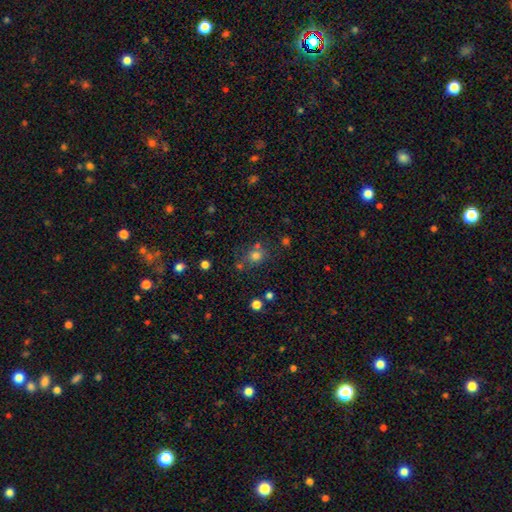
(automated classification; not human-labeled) smooth-or-featured: smooth: 74% | star or artifact: 17% | featured or disk: 9%
  how-rounded: round: 78% | in between: 21% | cigar-shaped: 1%
  merging: none: 65% | merger: 17% | minor disturbance: 12% | major disturbance: 5%